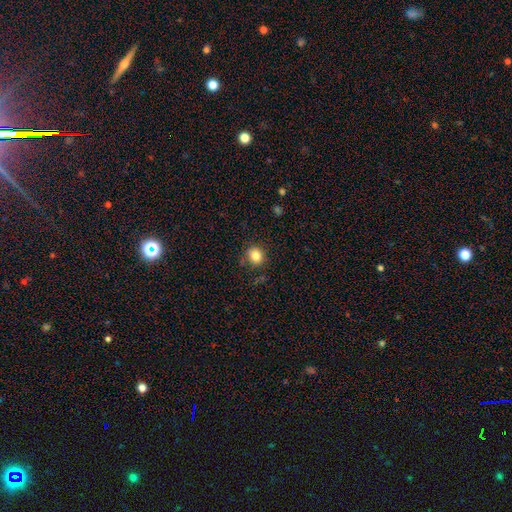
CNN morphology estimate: The model was most divided on "how rounded": round: 78%, in between: 21%, cigar-shaped: 1%. More confident: smooth or featured — smooth (83%); merging — none (81%).